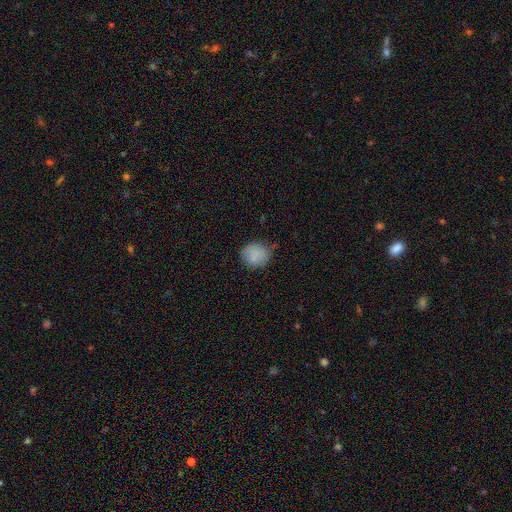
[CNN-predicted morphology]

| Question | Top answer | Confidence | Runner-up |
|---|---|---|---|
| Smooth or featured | smooth | 86% | star or artifact (9%) |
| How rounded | round | 79% | in between (20%) |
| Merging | none | 75% | minor disturbance (20%) |